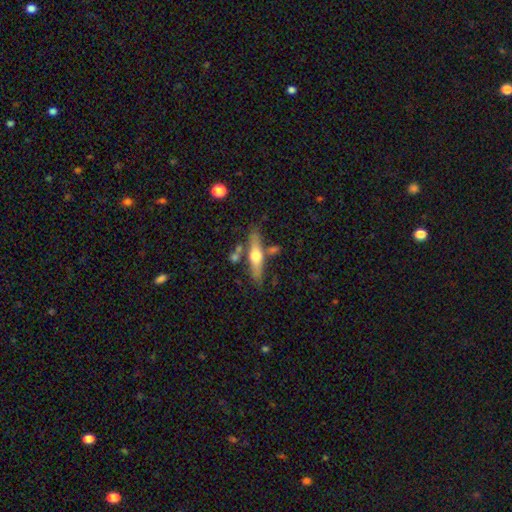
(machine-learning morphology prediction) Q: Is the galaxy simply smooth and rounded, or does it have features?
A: featured or disk — 52%.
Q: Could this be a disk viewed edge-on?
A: yes — 86%.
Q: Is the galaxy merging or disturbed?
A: none — 69%.